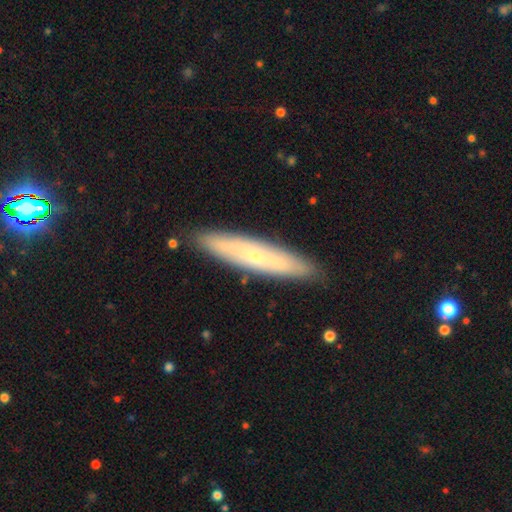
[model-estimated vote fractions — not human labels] Smooth or featured? Predicted: featured or disk (p=0.48). Merging? Predicted: none (p=0.88).